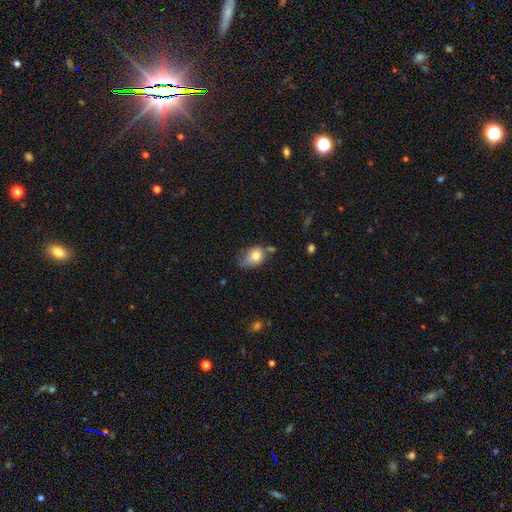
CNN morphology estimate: Smooth or featured? smooth (74%)
How rounded? in between (68%)
Merging? minor disturbance (39%)